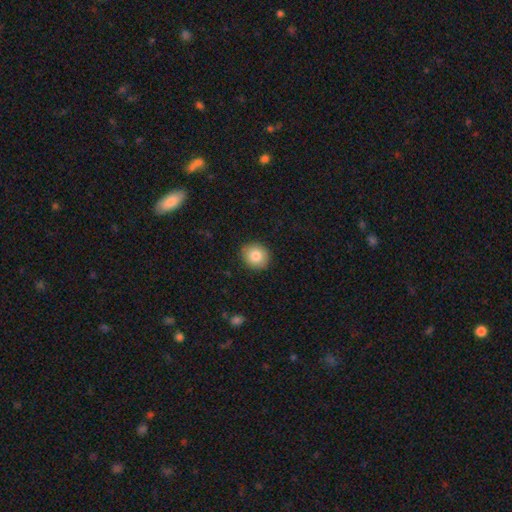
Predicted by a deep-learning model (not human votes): Overall: smooth (84%). How rounded: round (76%). Merging: none (90%).